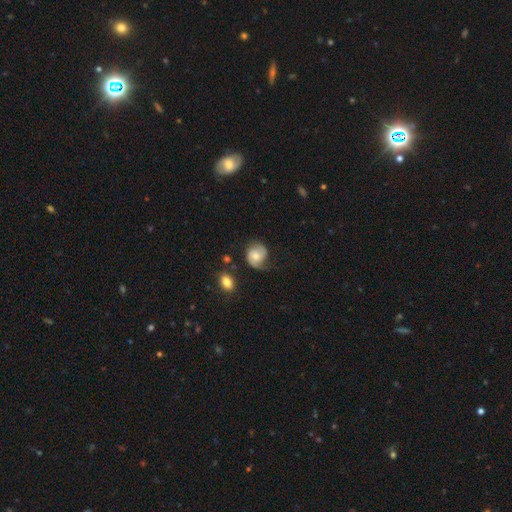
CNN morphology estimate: This appears to be a featured or disk galaxy (49%). Merging: none (51%).